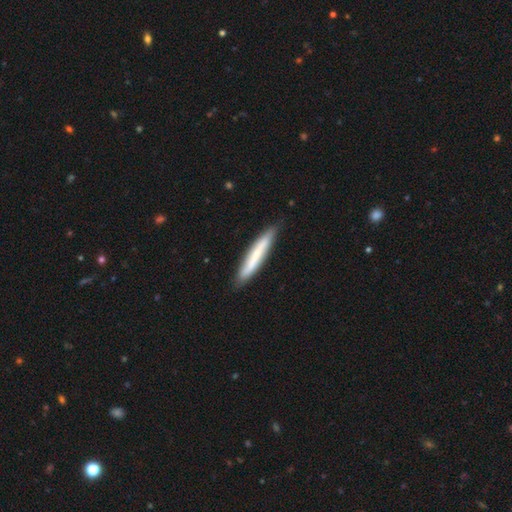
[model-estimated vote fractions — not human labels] This is possibly a smooth galaxy (59%). How rounded: clearly cigar-shaped (93%). Merging: clearly none (85%).